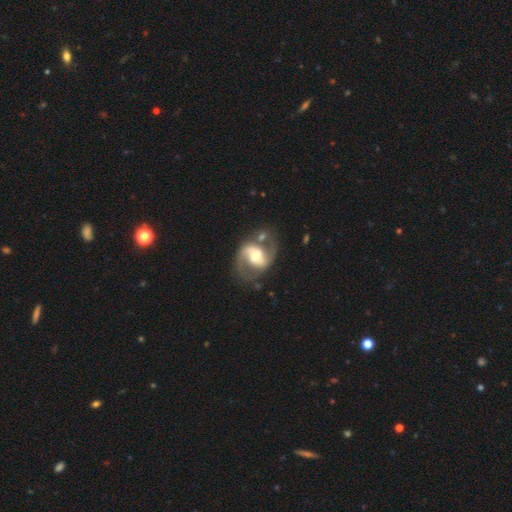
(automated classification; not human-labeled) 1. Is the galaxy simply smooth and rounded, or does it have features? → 87% featured or disk, 8% smooth, 5% star or artifact.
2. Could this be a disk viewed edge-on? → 98% no, 2% yes.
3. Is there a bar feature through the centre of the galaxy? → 43% weak, 31% strong, 26% no.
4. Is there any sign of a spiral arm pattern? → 95% yes, 5% no.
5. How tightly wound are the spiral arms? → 56% medium, 31% loose, 13% tight.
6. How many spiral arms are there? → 92% 2, 3% can't tell, 2% 1, 1% 3, 1% 4, 1% more than 4.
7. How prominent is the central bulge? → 63% moderate, 17% large, 16% small, 2% dominant, 2% none.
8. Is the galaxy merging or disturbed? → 69% none, 15% minor disturbance, 8% merger, 8% major disturbance.